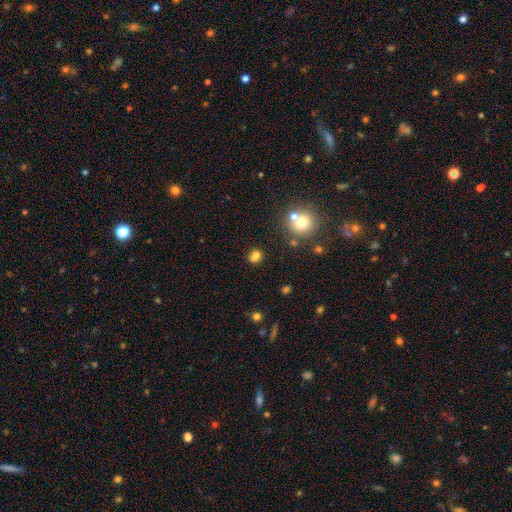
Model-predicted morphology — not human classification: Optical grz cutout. It shows a smooth galaxy with no disk features (72%) that is round (80%). Merging: none (56%).